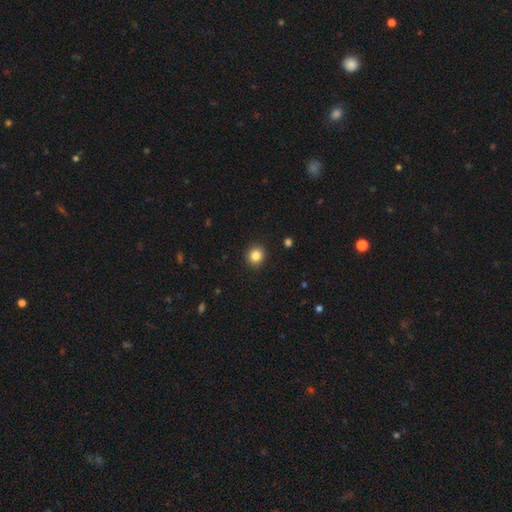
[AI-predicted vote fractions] Smooth or featured: smooth — 84% (star or artifact — 11%)
How rounded: round — 89% (in between — 10%)
Merging: none — 92% (minor disturbance — 5%)